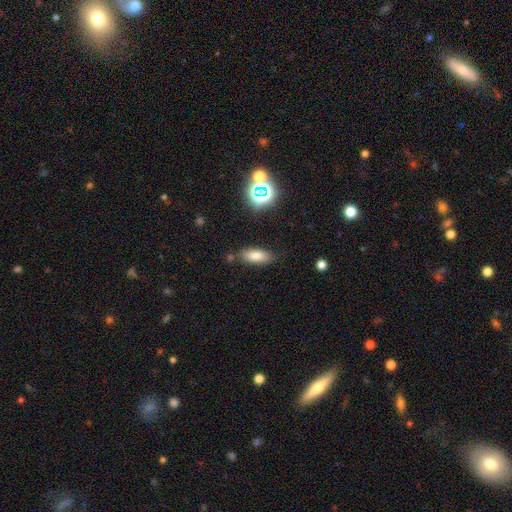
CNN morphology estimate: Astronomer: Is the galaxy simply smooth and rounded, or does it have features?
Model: smooth — 77%.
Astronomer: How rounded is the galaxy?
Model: in between — 75%.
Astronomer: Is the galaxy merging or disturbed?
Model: none — 79%.